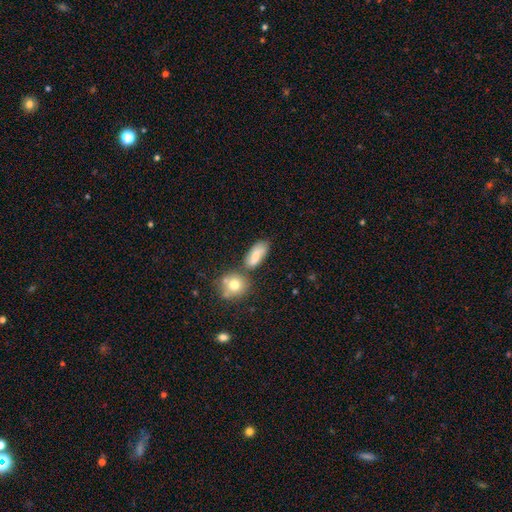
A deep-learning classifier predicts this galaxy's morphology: Smooth or featured? Predicted: smooth (p=0.72). How rounded? Predicted: in between (p=0.81). Merging? Predicted: none (p=0.56).